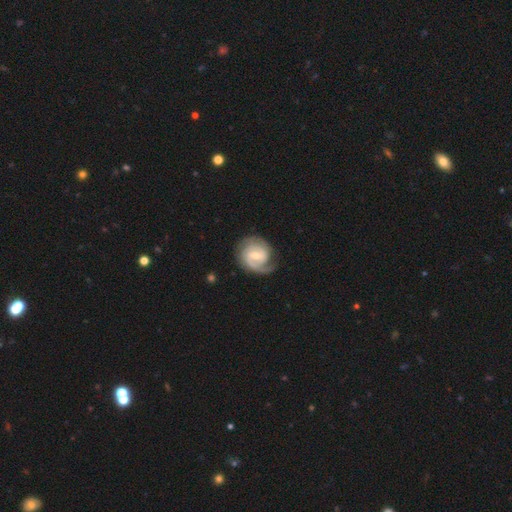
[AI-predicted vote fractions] Smooth or featured?
  - featured or disk: 85% *
  - smooth: 11%
  - star or artifact: 4%
Edge-on disk?
  - no: 98% *
  - yes: 2%
Bar?
  - weak: 56% *
  - no: 26%
  - strong: 18%
Spiral arms?
  - yes: 97% *
  - no: 3%
Spiral winding?
  - tight: 50% *
  - medium: 39%
  - loose: 11%
Spiral arm count?
  - 2: 63% *
  - 1: 17%
  - can't tell: 10%
  - 3: 7%
  - 4: 2%
  - more than 4: 2%
Bulge size?
  - small: 49% *
  - moderate: 46%
  - large: 2%
  - none: 2%
  - dominant: 1%
Merging?
  - none: 71% *
  - minor disturbance: 18%
  - major disturbance: 9%
  - merger: 1%